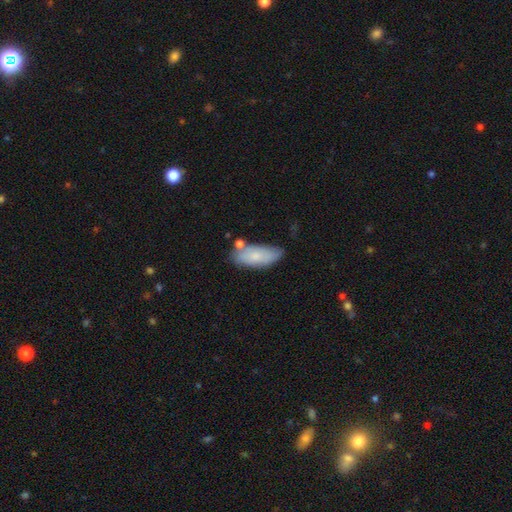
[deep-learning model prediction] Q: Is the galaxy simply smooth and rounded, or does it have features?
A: smooth — 74%.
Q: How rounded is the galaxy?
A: in between — 83%.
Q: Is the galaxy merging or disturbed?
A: none — 63%.